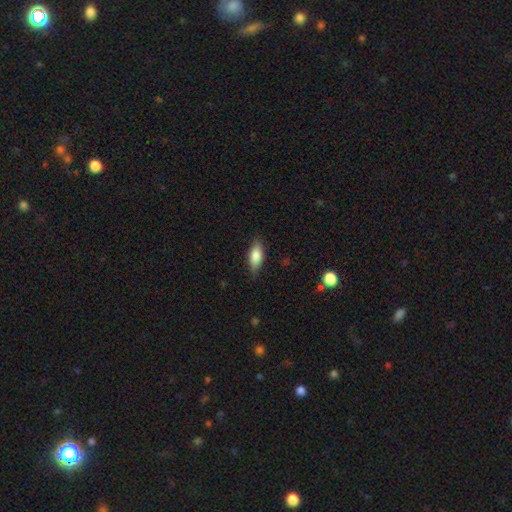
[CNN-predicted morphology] A smooth galaxy with no disk features (82%) that is in between round and cigar-shaped (81%). Merging: none (84%).